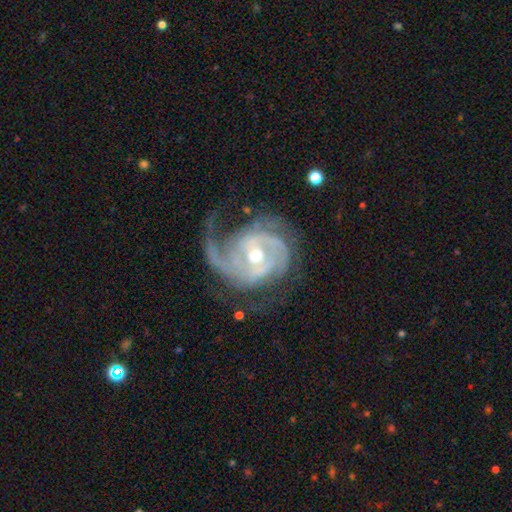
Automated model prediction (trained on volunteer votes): A featured or disk galaxy (91%) with no bar (53%), 2 (42%) tight (46%) spiral arms (97%) and a moderate central bulge (68%). Merging: none (55%).